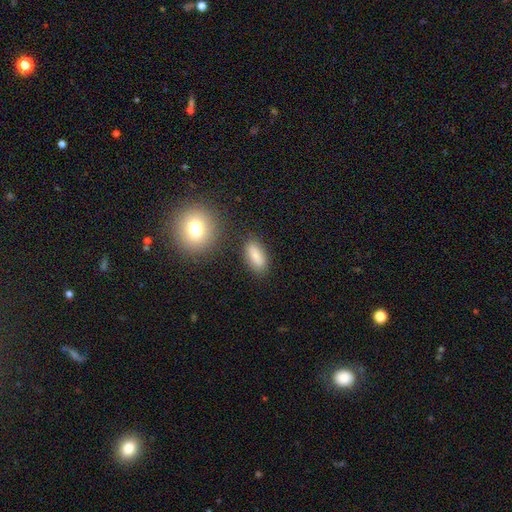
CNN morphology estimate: A smooth galaxy with no disk features (81%) that is in between round and cigar-shaped (83%).

Vote fractions:
- Smooth or featured? smooth: 81% / featured or disk: 11% / star or artifact: 8%
- How rounded? in between: 83% / cigar-shaped: 13% / round: 4%
- Merging? none: 80% / minor disturbance: 12% / merger: 5% / major disturbance: 3%